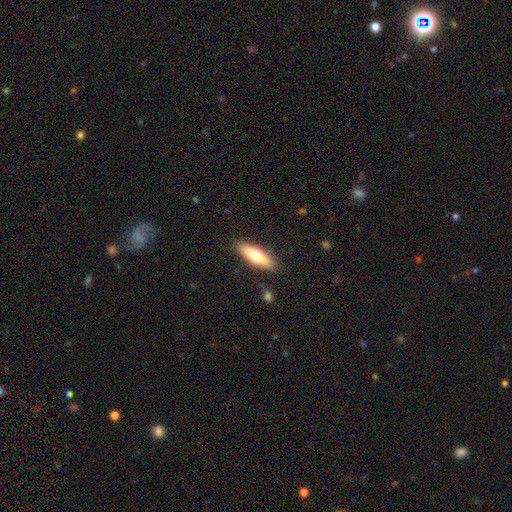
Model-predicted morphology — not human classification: Smooth or featured? Predicted: smooth (p=0.67). How rounded? Predicted: in between (p=0.56). Merging? Predicted: none (p=0.86).